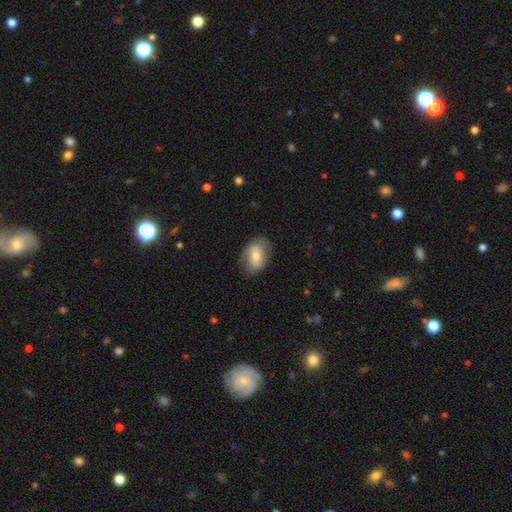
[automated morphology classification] smooth 59%, featured or disk 34%, star or artifact 7%. Down the decision tree: how rounded — in between (79%); merging — none (74%).